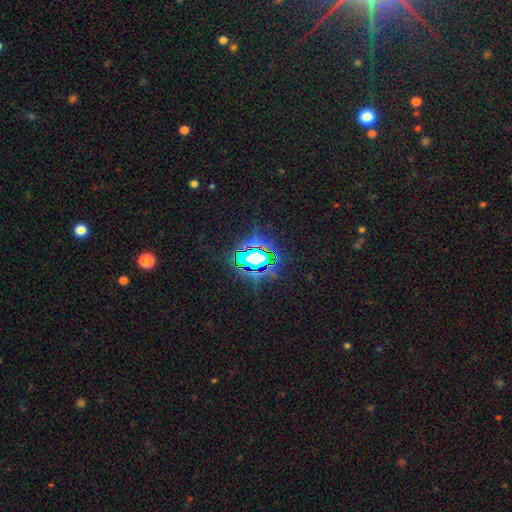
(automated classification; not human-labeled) Overall: star or artifact (75%).